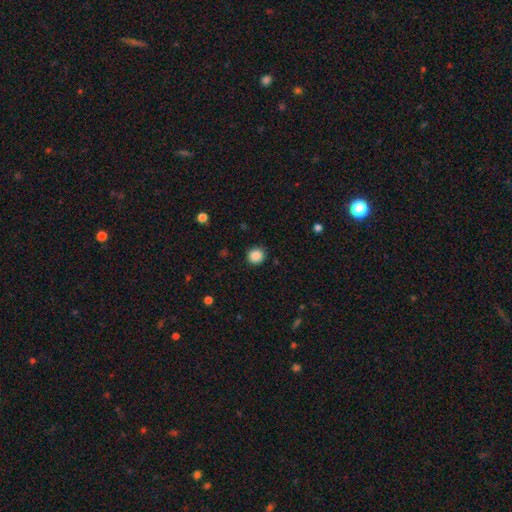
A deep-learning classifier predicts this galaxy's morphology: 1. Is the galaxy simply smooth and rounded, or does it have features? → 87% smooth, 10% star or artifact, 3% featured or disk.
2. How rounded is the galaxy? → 91% round, 8% in between, 1% cigar-shaped.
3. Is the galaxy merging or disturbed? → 90% none, 6% minor disturbance, 2% major disturbance, 1% merger.